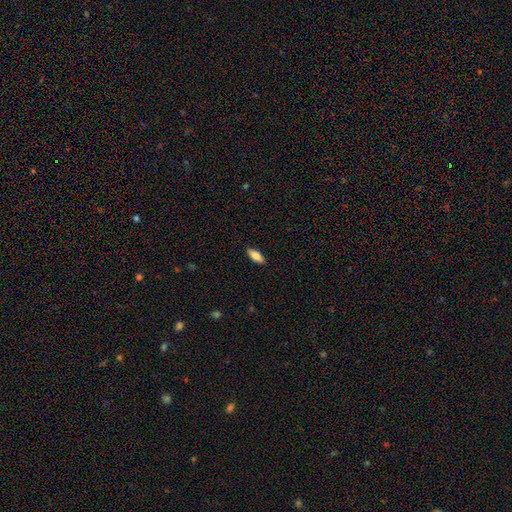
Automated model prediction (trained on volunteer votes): A smooth galaxy with no disk features (78%) that is in between round and cigar-shaped (74%).

Vote fractions:
- Smooth or featured? smooth: 78% / featured or disk: 16% / star or artifact: 6%
- How rounded? in between: 74% / cigar-shaped: 23% / round: 2%
- Merging? none: 89% / minor disturbance: 8% / major disturbance: 2% / merger: 1%